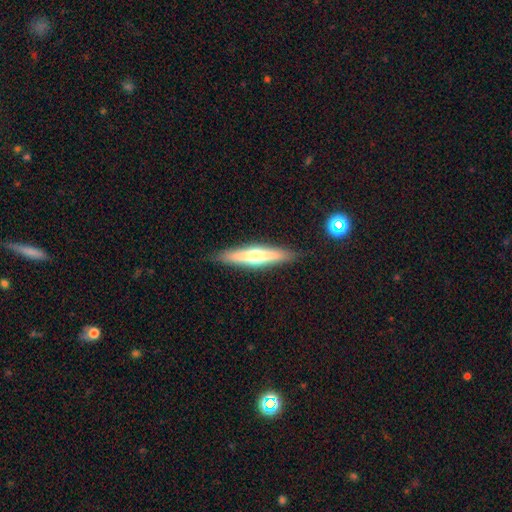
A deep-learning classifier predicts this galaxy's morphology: featured or disk 57%, smooth 37%, star or artifact 6%. Down the decision tree: edge-on disk — yes (95%); edge-on bulge — rounded (87%); merging — none (88%).